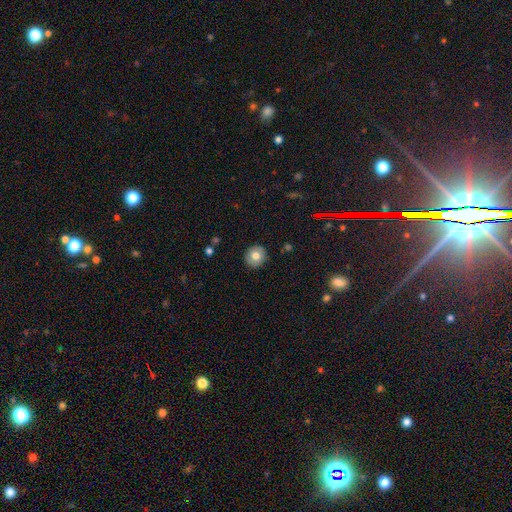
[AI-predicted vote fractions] smooth 74%, featured or disk 17%, star or artifact 9%. Down the decision tree: how rounded — round (89%); merging — none (89%).